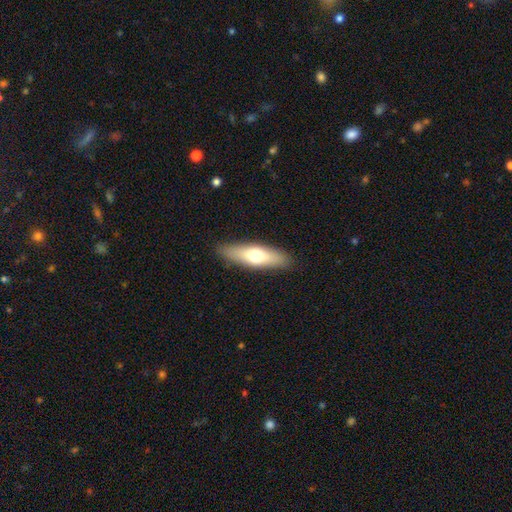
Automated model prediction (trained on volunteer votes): A smooth galaxy with no disk features (61%) that is cigar-shaped (54%).

Vote fractions:
- Smooth or featured? smooth: 61% / featured or disk: 33% / star or artifact: 6%
- How rounded? cigar-shaped: 54% / in between: 43% / round: 2%
- Merging? none: 88% / minor disturbance: 9% / major disturbance: 2% / merger: 1%